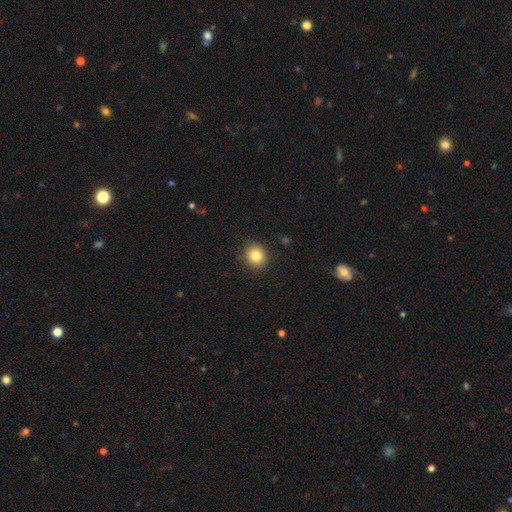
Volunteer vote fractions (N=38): This appears to be a smooth galaxy with no disk features (89%) that is round (85%). Merging: none (95%).